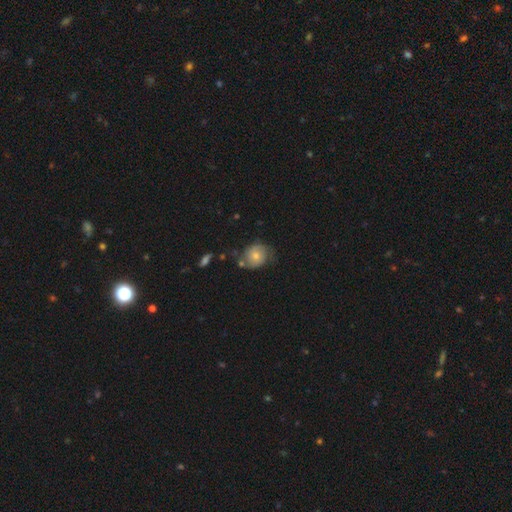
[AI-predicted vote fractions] A smooth galaxy with no disk features (48%).

Vote fractions:
- Smooth or featured? smooth: 48% / featured or disk: 44% / star or artifact: 8%
- Merging? none: 55% / minor disturbance: 28% / major disturbance: 12% / merger: 6%